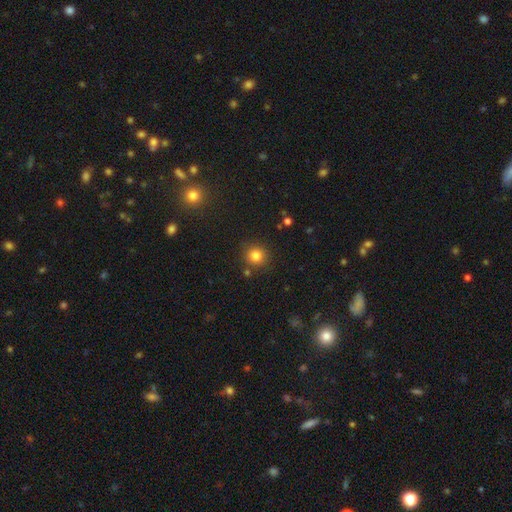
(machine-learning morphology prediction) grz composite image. It shows a smooth galaxy with no disk features (82%) that is round (92%). Merging: none (85%).